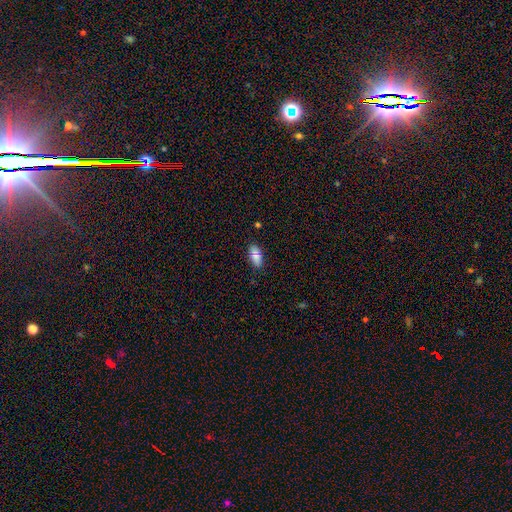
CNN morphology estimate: smooth-or-featured: smooth: 83% | featured or disk: 10% | star or artifact: 7%
  how-rounded: in between: 84% | cigar-shaped: 14% | round: 2%
  merging: none: 84% | minor disturbance: 12% | major disturbance: 2% | merger: 2%